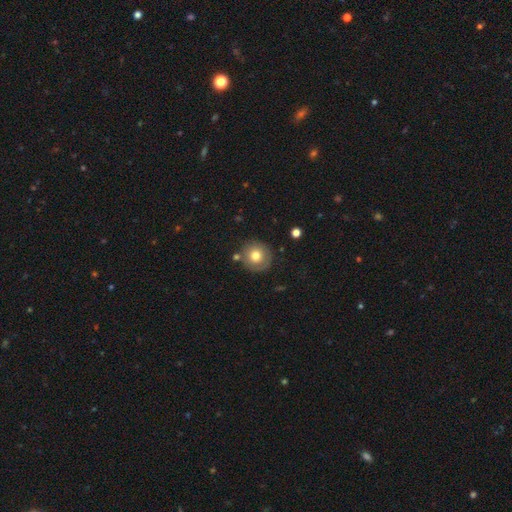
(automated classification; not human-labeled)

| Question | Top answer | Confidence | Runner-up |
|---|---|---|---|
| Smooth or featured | smooth | 71% | featured or disk (20%) |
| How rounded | round | 94% | in between (5%) |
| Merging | none | 80% | minor disturbance (11%) |